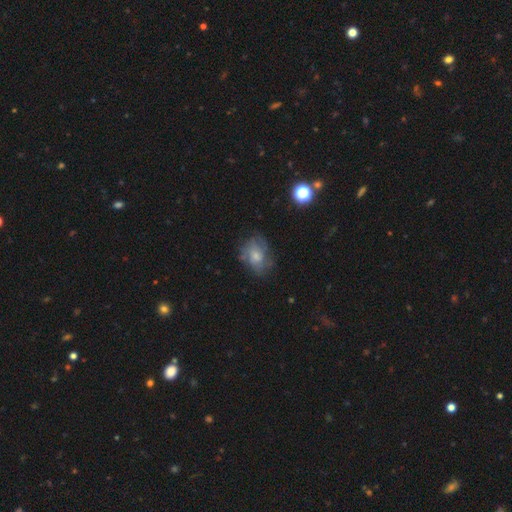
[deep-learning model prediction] A featured or disk galaxy (48%). Merging: none (59%).